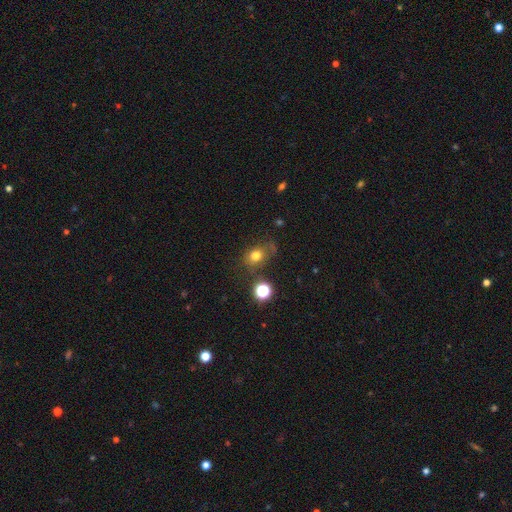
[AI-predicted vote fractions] Morphology: type=smooth (74%); roundness=round (53%); merging=none (62%).